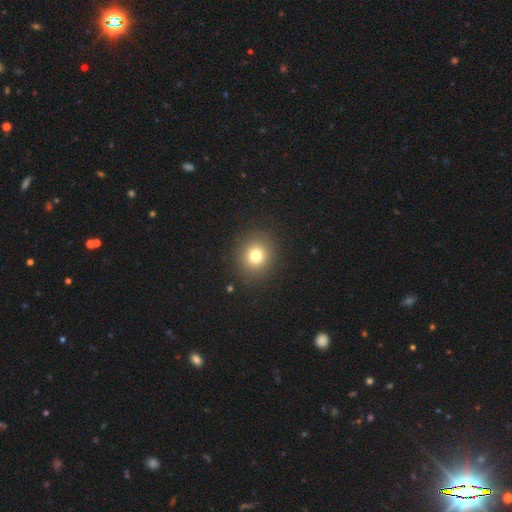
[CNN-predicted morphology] smooth_or_featured: smooth (p=0.77) [alt: star or artifact p=0.14]
how_rounded: round (p=0.85) [alt: in between p=0.15]
merging: none (p=0.90) [alt: minor disturbance p=0.06]